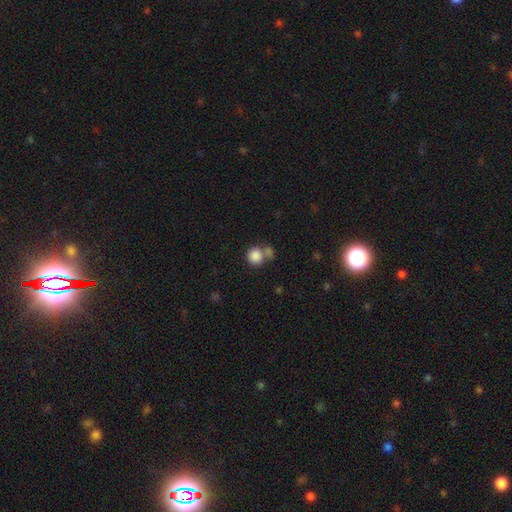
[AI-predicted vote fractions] A smooth galaxy with no disk features (85%) that is round (88%).

Vote fractions:
- Smooth or featured? smooth: 85% / star or artifact: 9% / featured or disk: 6%
- How rounded? round: 88% / in between: 11% / cigar-shaped: 1%
- Merging? none: 49% / merger: 37% / minor disturbance: 9% / major disturbance: 5%